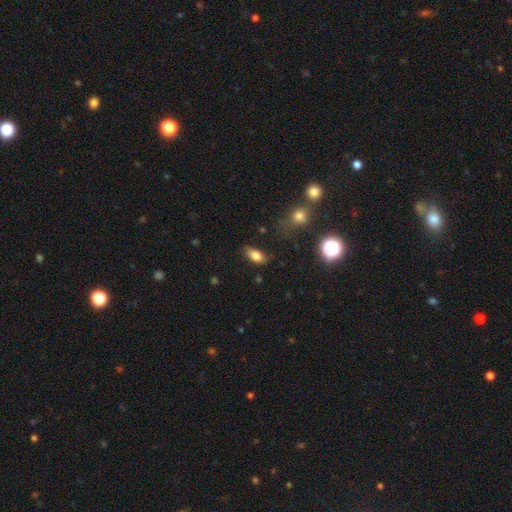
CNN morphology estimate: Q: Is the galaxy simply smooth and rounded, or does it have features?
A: smooth — 78%.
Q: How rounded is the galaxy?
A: in between — 86%.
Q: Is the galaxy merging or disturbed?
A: none — 71%.